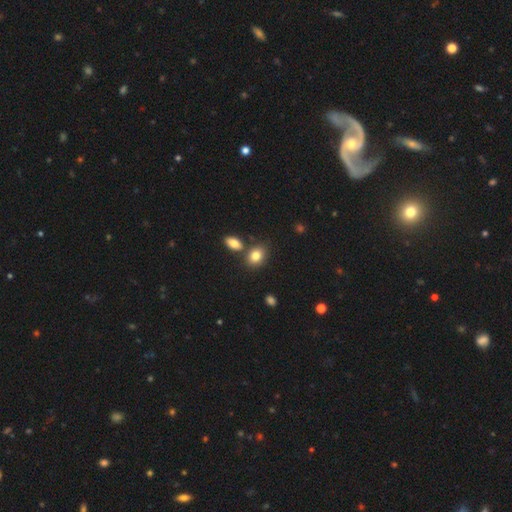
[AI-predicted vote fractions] The model was most divided on "how rounded": in between: 67%, round: 32%, cigar-shaped: 1%. More confident: smooth or featured — smooth (82%); merging — none (65%).